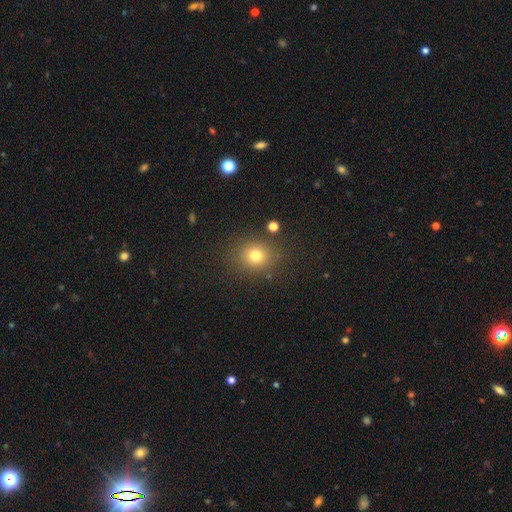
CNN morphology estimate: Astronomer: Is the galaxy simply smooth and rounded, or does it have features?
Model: smooth — 76%.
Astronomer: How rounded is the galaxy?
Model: round — 80%.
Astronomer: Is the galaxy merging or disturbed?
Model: none — 84%.